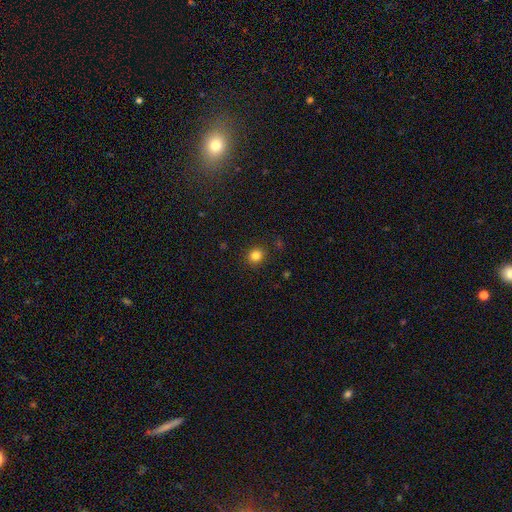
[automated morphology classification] Smooth or featured: smooth — 82% (star or artifact — 13%)
How rounded: round — 86% (in between — 13%)
Merging: none — 90% (minor disturbance — 7%)